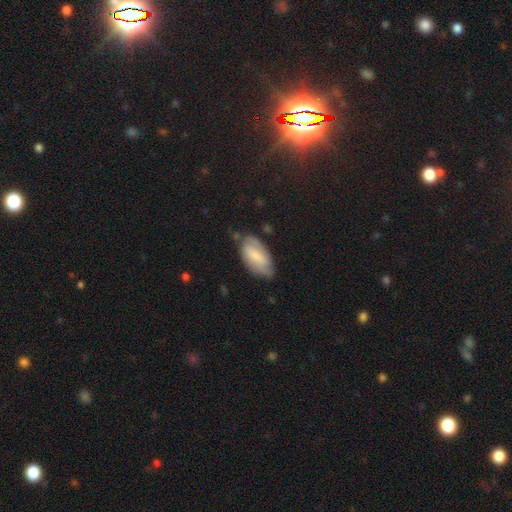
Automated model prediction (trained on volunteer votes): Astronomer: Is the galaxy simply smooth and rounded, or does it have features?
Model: smooth — 66%.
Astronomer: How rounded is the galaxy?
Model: in between — 92%.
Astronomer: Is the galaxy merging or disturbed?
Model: none — 61%.